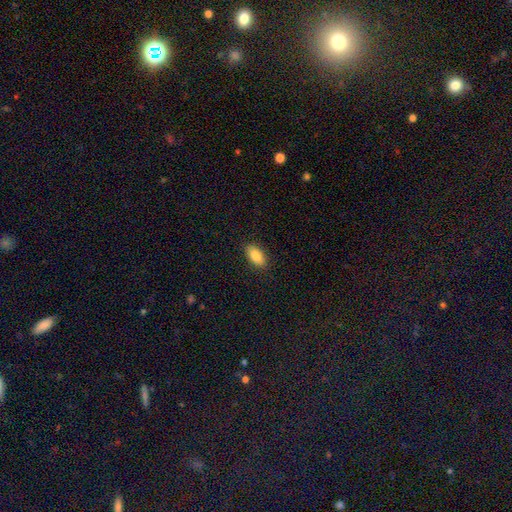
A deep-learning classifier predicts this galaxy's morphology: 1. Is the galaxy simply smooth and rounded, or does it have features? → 86% smooth, 7% star or artifact, 7% featured or disk.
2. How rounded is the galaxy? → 91% in between, 6% cigar-shaped, 3% round.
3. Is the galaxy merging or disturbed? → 89% none, 8% minor disturbance, 2% major disturbance, 1% merger.